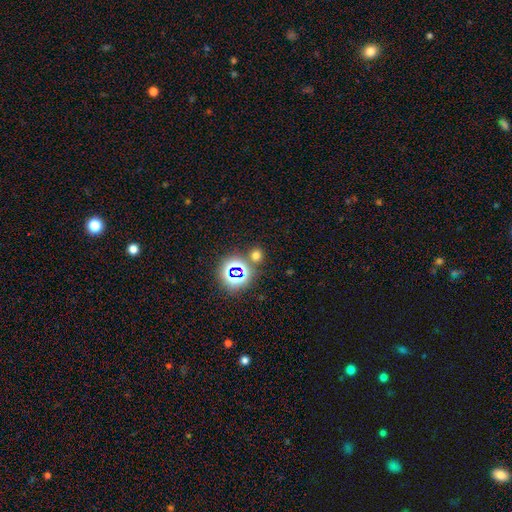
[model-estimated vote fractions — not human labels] smooth 61%, star or artifact 33%, featured or disk 6%. Down the decision tree: how rounded — round (84%); merging — none (77%).